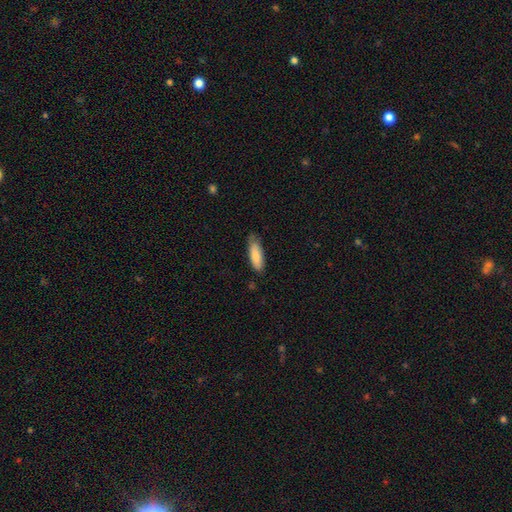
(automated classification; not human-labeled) Smooth or featured? Predicted: smooth (p=0.84). How rounded? Predicted: in between (p=0.51). Merging? Predicted: none (p=0.73).